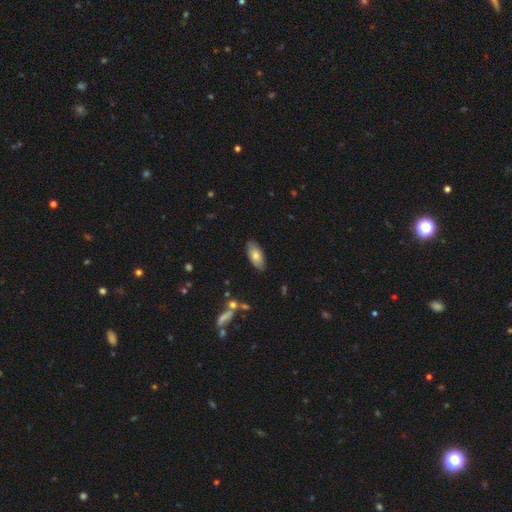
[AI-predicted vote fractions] Smooth or featured? Predicted: smooth (p=0.74). How rounded? Predicted: in between (p=0.88). Merging? Predicted: none (p=0.84).